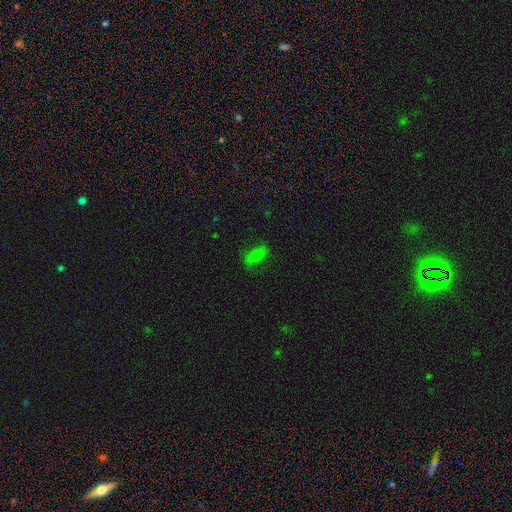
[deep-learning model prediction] A smooth galaxy with no disk features (65%) that is in between round and cigar-shaped (79%).

Vote fractions:
- Smooth or featured? smooth: 65% / featured or disk: 18% / star or artifact: 18%
- How rounded? in between: 79% / cigar-shaped: 12% / round: 9%
- Merging? none: 77% / minor disturbance: 17% / major disturbance: 5% / merger: 1%